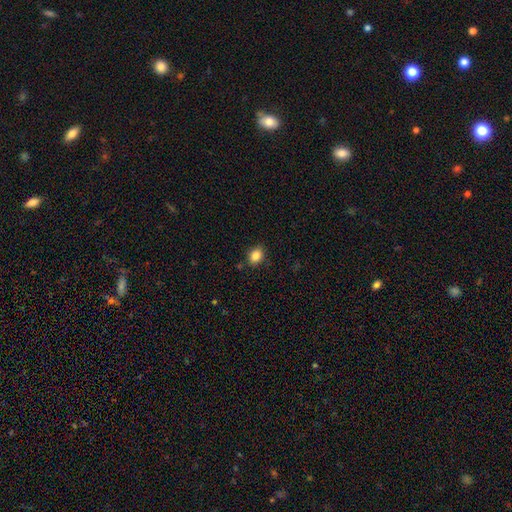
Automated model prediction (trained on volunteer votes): Morphology: type=smooth (86%); roundness=in between (66%); merging=none (84%).